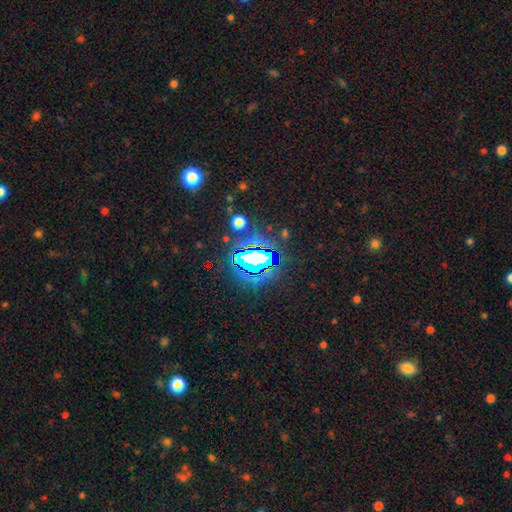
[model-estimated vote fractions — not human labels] Smooth or featured? star or artifact (69%)